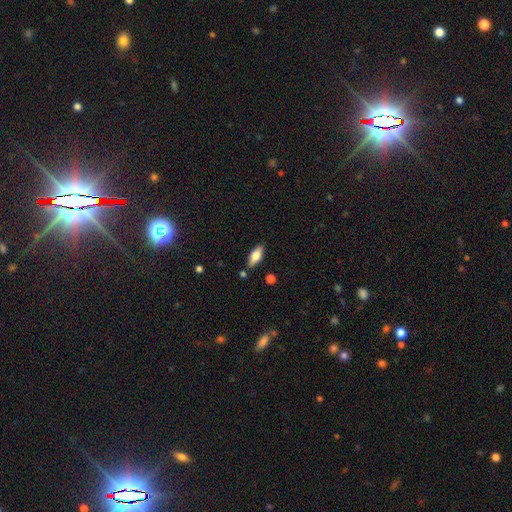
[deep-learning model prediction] A smooth galaxy with no disk features (69%) that is in between round and cigar-shaped (79%). Merging: none (83%).